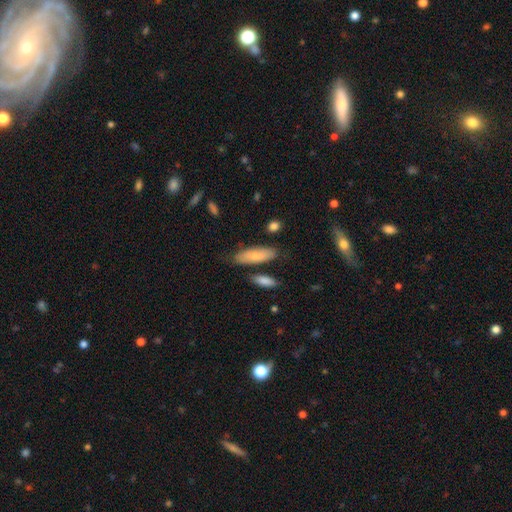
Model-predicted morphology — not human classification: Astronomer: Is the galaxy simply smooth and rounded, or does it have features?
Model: smooth — 78%.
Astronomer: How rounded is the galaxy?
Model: in between — 53% (runner-up: cigar-shaped, 45%).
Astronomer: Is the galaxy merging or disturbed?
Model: none — 74%.